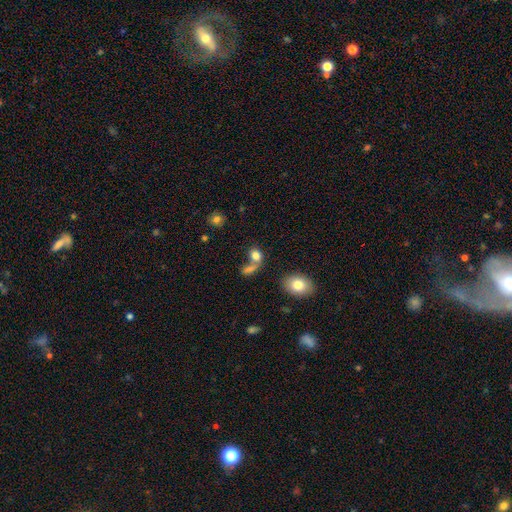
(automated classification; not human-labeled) Q: Smooth or featured?
A: smooth (80%); runner-up: star or artifact (11%)
Q: How rounded?
A: in between (60%); runner-up: round (37%)
Q: Merging?
A: none (41%); tied with: merger (41%)